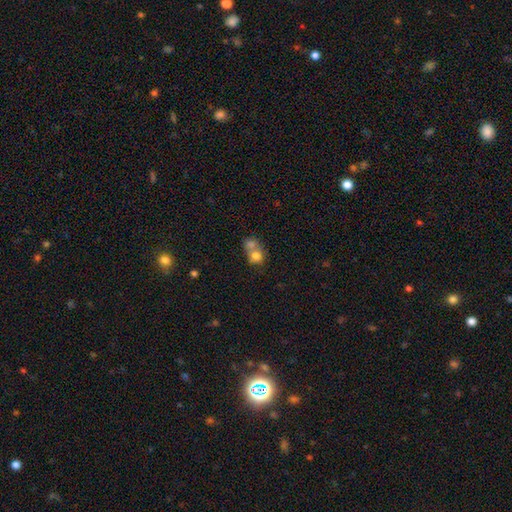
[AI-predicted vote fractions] Smooth or featured: smooth — 75% (featured or disk — 15%)
How rounded: round — 71% (in between — 28%)
Merging: merger — 66% (none — 24%)